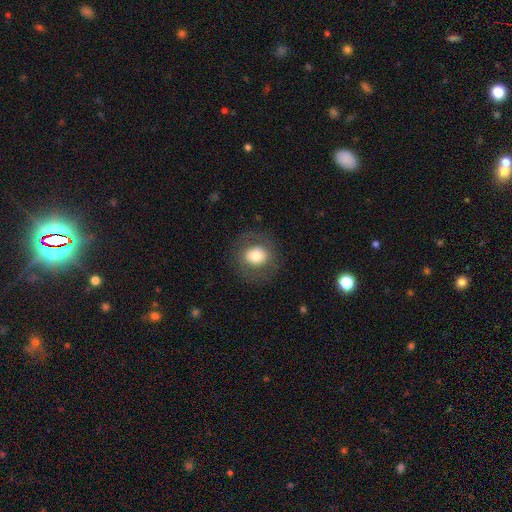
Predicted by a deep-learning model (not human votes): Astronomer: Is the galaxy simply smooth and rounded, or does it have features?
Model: smooth — 66%.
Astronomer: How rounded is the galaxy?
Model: round — 81%.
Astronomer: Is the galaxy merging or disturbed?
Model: none — 81%.